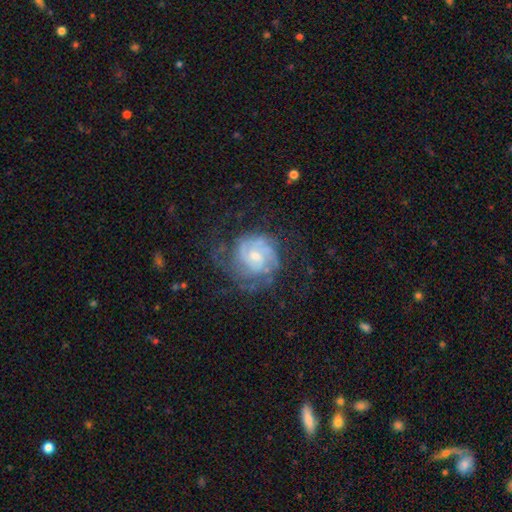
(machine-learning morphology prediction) The model was most divided on "bulge size": small: 46%, moderate: 45%, large: 4%, none: 4%, dominant: 1%. Remaining: edge-on disk — no (98%); spiral arms — yes (90%); smooth or featured — featured or disk (78%); bar — no (62%); merging — none (56%); spiral winding — tight (54%); spiral arm count — can't tell (39%).